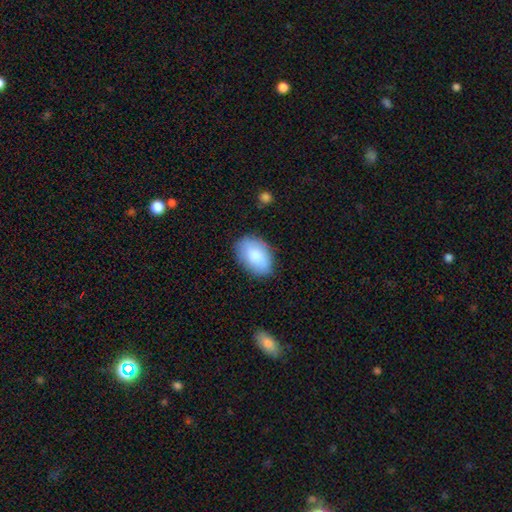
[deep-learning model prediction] Q: Smooth or featured?
A: smooth (82%); runner-up: featured or disk (12%)
Q: How rounded?
A: in between (89%); runner-up: round (10%)
Q: Merging?
A: none (80%); runner-up: minor disturbance (15%)